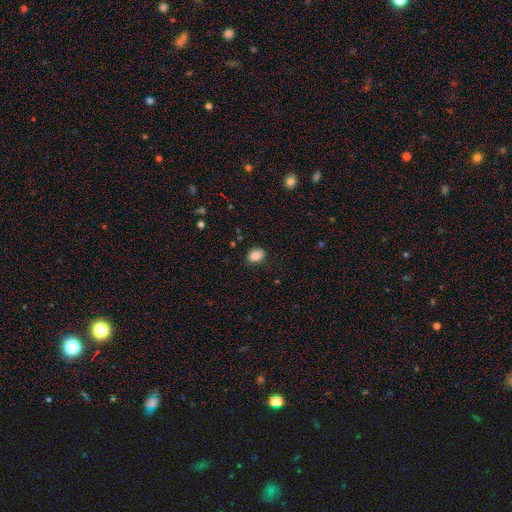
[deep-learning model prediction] This appears to be a smooth galaxy with no disk features (88%) that is in between round and cigar-shaped (67%). Merging: none (83%).